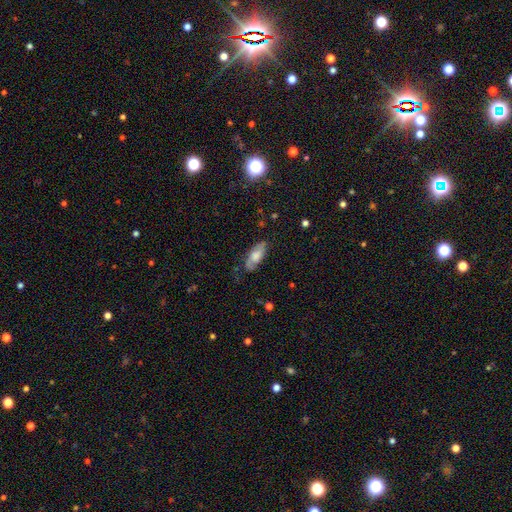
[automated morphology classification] smooth 56%, featured or disk 37%, star or artifact 8%. Down the decision tree: how rounded — in between (79%); merging — none (69%).